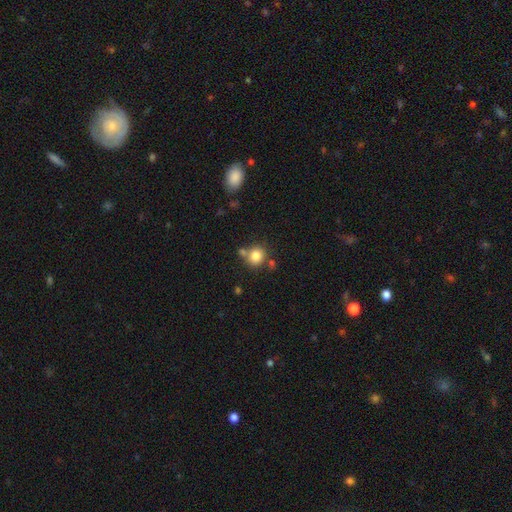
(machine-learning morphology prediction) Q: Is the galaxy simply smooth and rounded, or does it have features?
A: smooth — 82%.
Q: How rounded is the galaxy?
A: round — 83%.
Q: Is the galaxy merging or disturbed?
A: none — 66%.